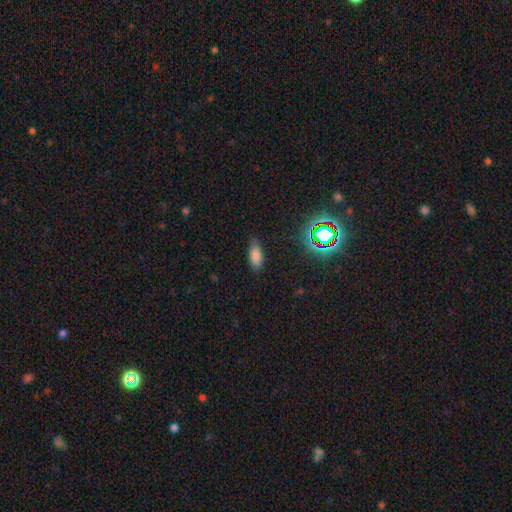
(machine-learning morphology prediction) type=smooth (77%); roundness=in between (81%); merging=none (77%).